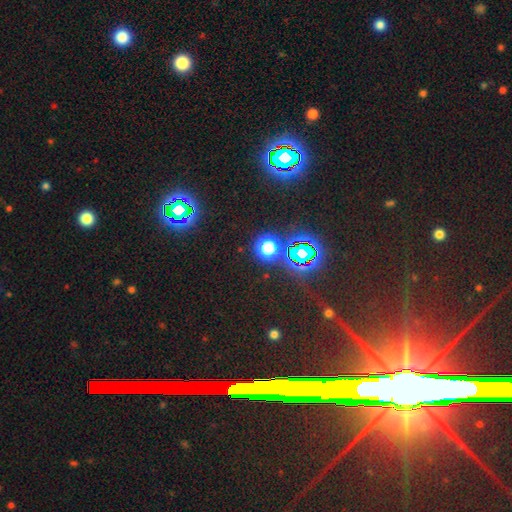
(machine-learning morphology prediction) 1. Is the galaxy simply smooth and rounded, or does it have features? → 79% star or artifact, 11% featured or disk, 10% smooth.